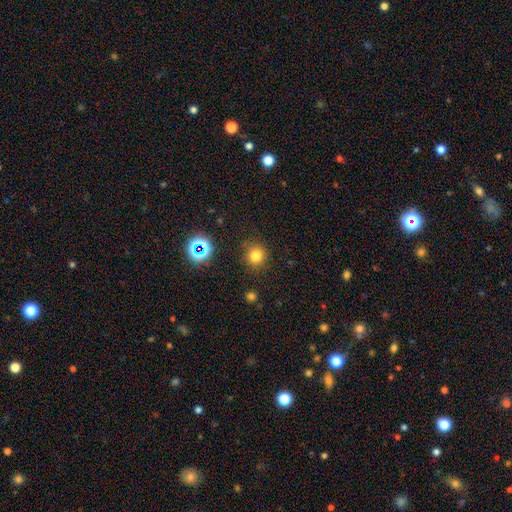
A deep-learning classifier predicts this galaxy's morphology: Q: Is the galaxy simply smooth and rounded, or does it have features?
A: smooth — 76%.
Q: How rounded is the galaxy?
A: round — 89%.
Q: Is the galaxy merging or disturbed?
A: none — 86%.